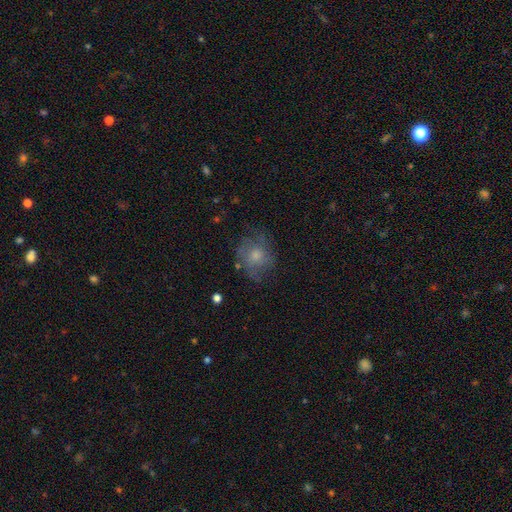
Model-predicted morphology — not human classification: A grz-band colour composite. It shows a smooth galaxy with no disk features (59%) that is round (66%). Merging: none (56%).